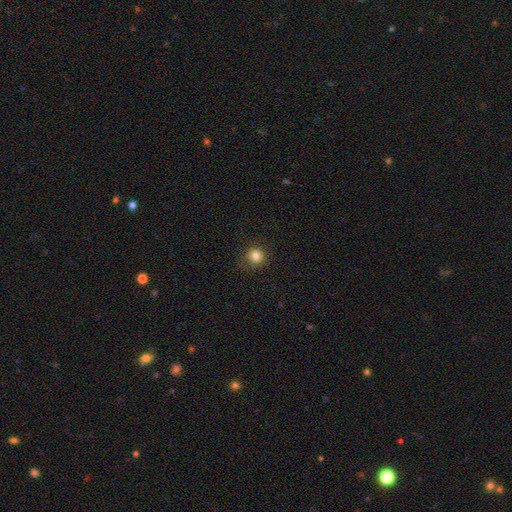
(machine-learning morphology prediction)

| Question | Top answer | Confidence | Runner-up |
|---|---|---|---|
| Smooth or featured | smooth | 84% | star or artifact (11%) |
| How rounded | round | 90% | in between (9%) |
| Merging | none | 85% | minor disturbance (10%) |